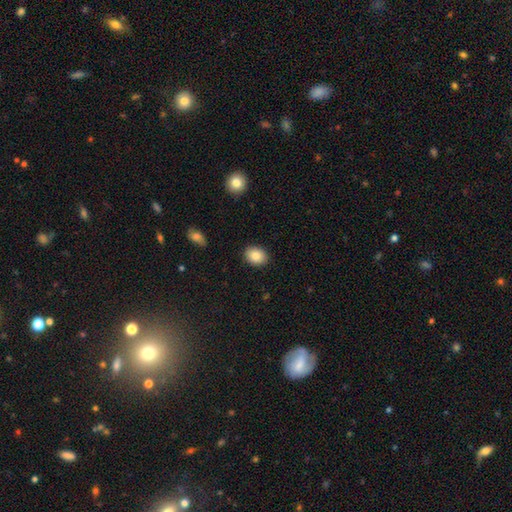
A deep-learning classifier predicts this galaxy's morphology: Q: Smooth or featured?
A: smooth (87%); runner-up: star or artifact (8%)
Q: How rounded?
A: in between (65%); runner-up: round (34%)
Q: Merging?
A: none (89%); runner-up: minor disturbance (8%)